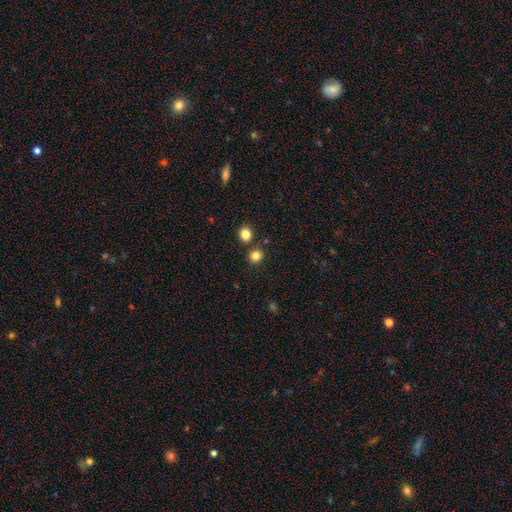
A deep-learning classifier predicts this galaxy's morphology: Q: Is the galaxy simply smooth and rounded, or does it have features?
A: smooth — 83%.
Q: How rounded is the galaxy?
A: round — 85%.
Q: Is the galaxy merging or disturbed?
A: none — 80%.